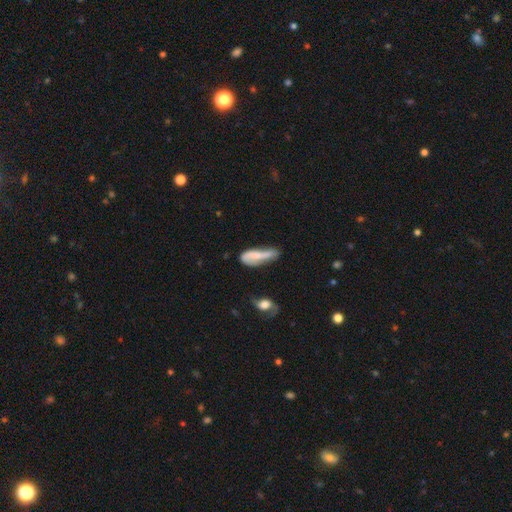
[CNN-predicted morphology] Q: Smooth or featured?
A: smooth (48%); runner-up: featured or disk (45%)
Q: Merging?
A: none (36%); runner-up: minor disturbance (31%)